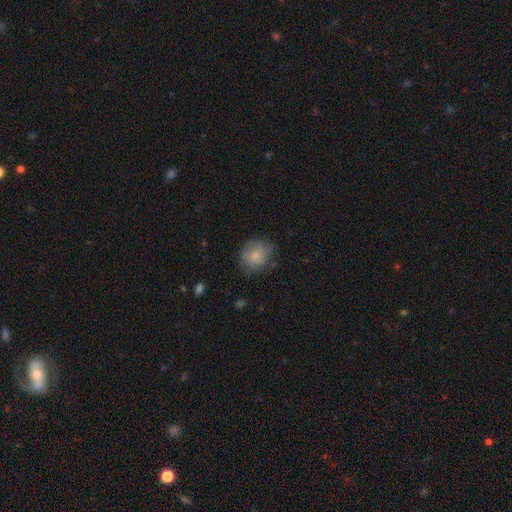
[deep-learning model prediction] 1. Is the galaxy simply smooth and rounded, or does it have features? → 80% smooth, 12% featured or disk, 8% star or artifact.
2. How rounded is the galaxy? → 82% round, 17% in between, 1% cigar-shaped.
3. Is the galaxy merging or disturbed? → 71% none, 21% minor disturbance, 6% major disturbance, 2% merger.